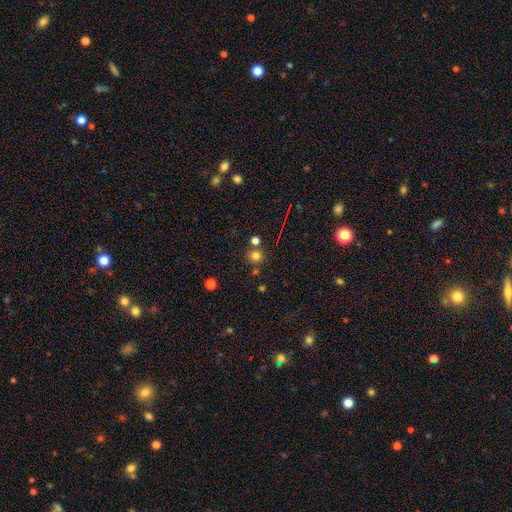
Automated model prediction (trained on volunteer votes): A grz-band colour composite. It shows a smooth galaxy with no disk features (76%) that is round (91%). Merging: none (72%).